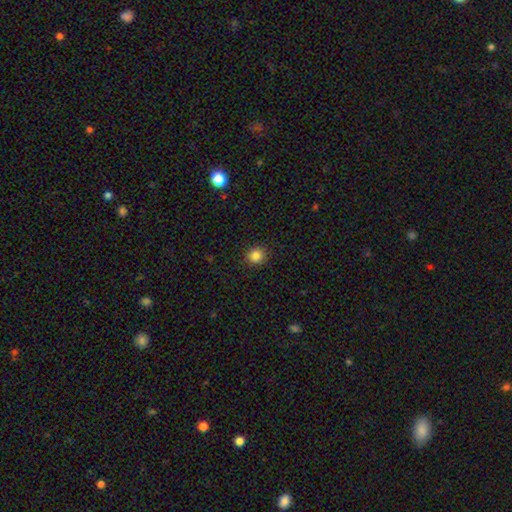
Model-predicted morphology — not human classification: smooth-or-featured: smooth: 85% | star or artifact: 11% | featured or disk: 4%
  how-rounded: round: 89% | in between: 10% | cigar-shaped: 1%
  merging: none: 90% | minor disturbance: 7% | major disturbance: 2% | merger: 1%